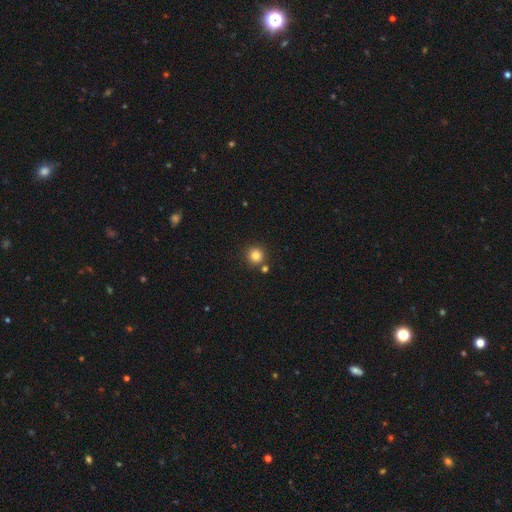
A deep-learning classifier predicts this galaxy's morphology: This is clearly a smooth galaxy (83%). How rounded: clearly round (94%). Merging: clearly none (80%).